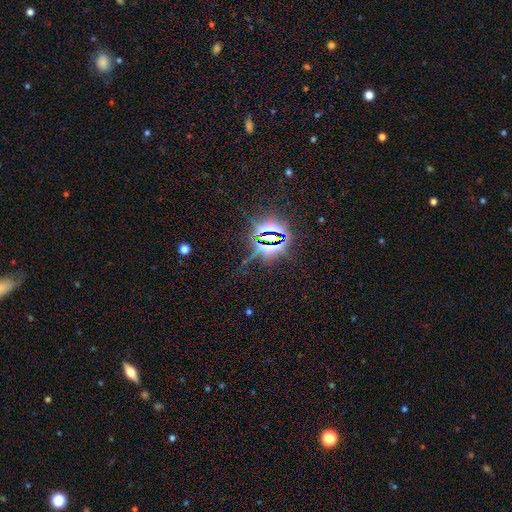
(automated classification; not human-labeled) Q: Smooth or featured?
A: star or artifact (85%); runner-up: smooth (8%)